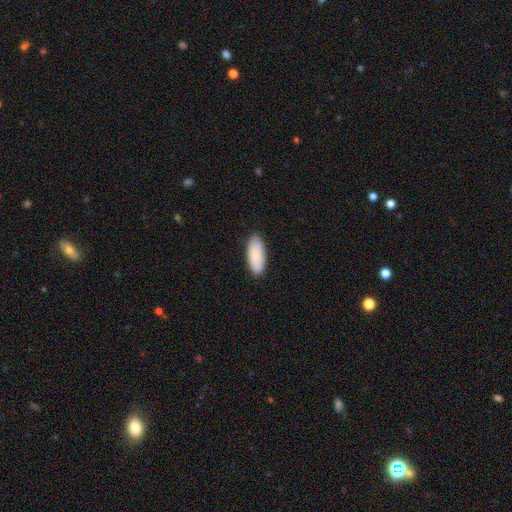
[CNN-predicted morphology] Smooth or featured? Predicted: smooth (p=0.85). How rounded? Predicted: in between (p=0.83). Merging? Predicted: none (p=0.84).